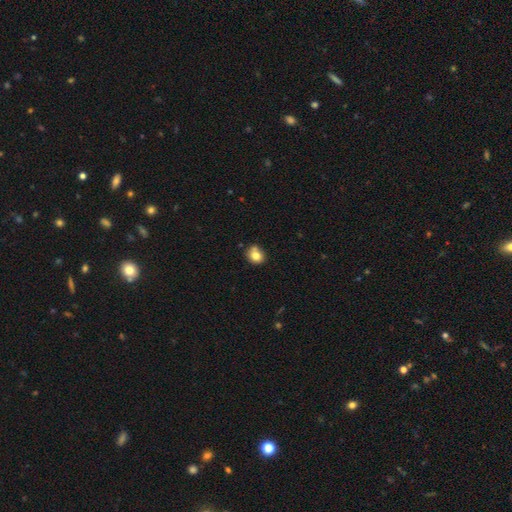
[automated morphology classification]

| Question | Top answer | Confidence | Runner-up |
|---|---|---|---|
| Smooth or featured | smooth | 78% | featured or disk (12%) |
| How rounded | round | 72% | in between (27%) |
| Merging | none | 62% | minor disturbance (20%) |